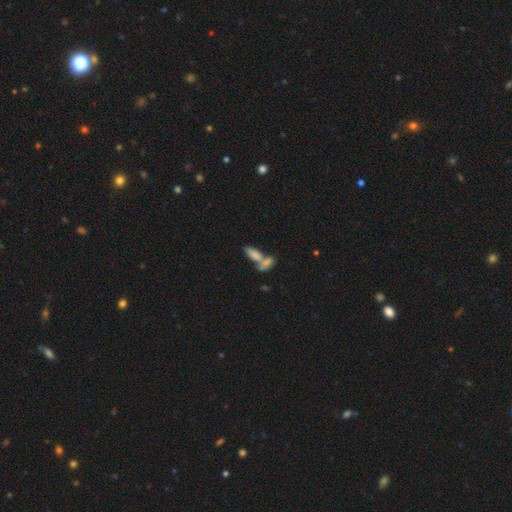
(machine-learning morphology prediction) smooth_or_featured: smooth (p=0.77) [alt: featured or disk p=0.14]
how_rounded: in between (p=0.78) [alt: cigar-shaped p=0.19]
merging: merger (p=0.60) [alt: none p=0.28]